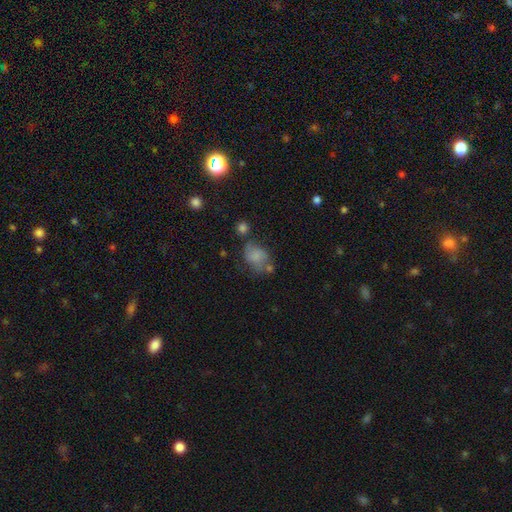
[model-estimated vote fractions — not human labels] Smooth or featured? Predicted: smooth (p=0.60). How rounded? Predicted: in between (p=0.62). Merging? Predicted: none (p=0.41).